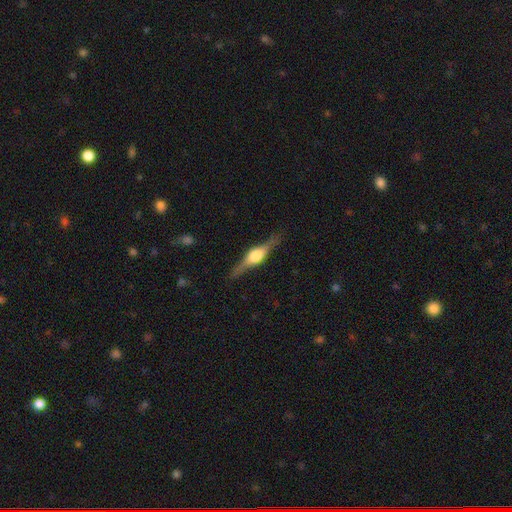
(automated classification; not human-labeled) Smooth or featured? Predicted: featured or disk (p=0.76). Edge-on disk? Predicted: yes (p=0.97). Edge-on bulge? Predicted: rounded (p=0.89). Merging? Predicted: none (p=0.85).